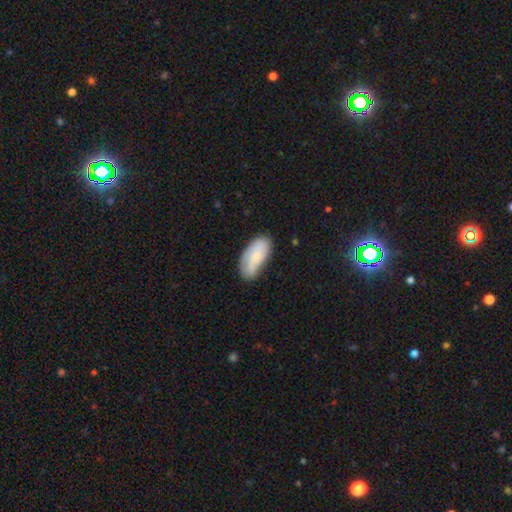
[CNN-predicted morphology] A smooth galaxy with no disk features (69%) that is in between round and cigar-shaped (91%). Merging: none (65%).